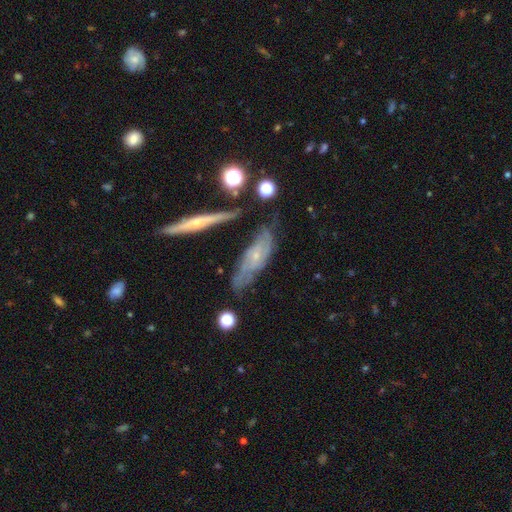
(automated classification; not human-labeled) This appears to be a featured or disk galaxy (70%). Merging: none (57%).